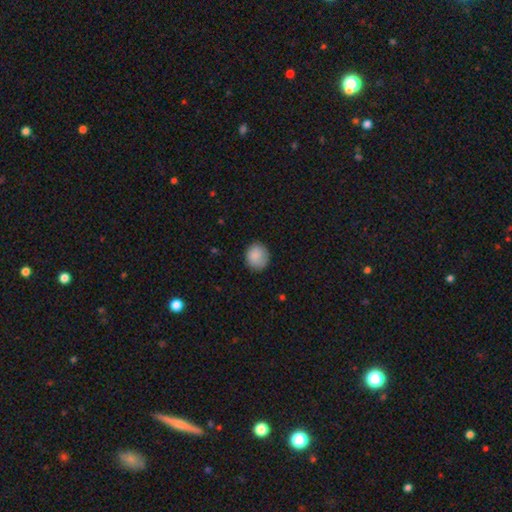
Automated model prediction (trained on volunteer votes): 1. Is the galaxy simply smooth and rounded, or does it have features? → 86% smooth, 7% star or artifact, 6% featured or disk.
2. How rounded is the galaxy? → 80% round, 19% in between, 1% cigar-shaped.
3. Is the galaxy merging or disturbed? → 81% none, 14% minor disturbance, 3% major disturbance, 1% merger.